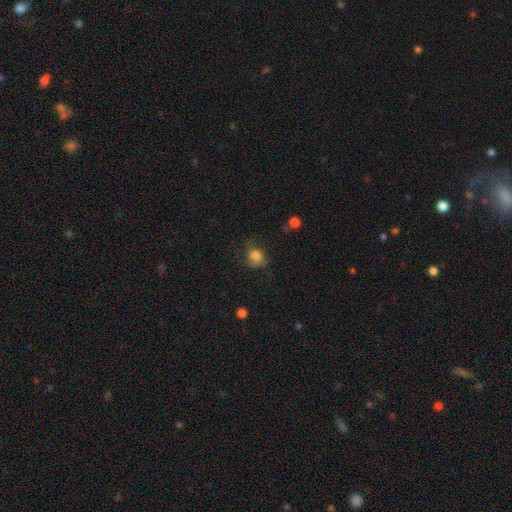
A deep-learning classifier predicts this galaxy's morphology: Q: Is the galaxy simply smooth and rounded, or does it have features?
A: smooth — 78%.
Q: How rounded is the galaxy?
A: round — 68%.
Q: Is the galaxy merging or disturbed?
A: none — 54%.